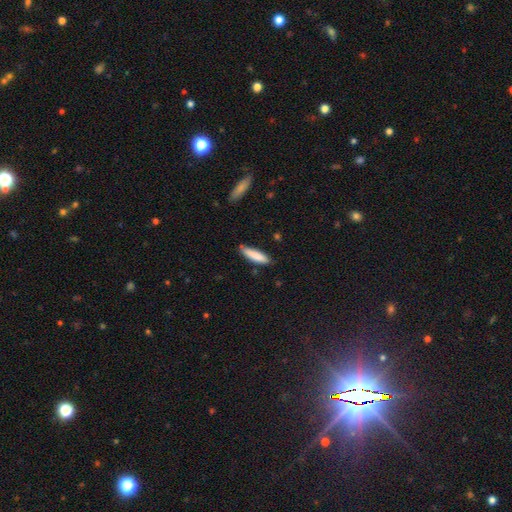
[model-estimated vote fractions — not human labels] The model was most divided on "how rounded": cigar-shaped: 70%, in between: 28%, round: 1%. More confident: smooth or featured — smooth (84%); merging — none (77%).